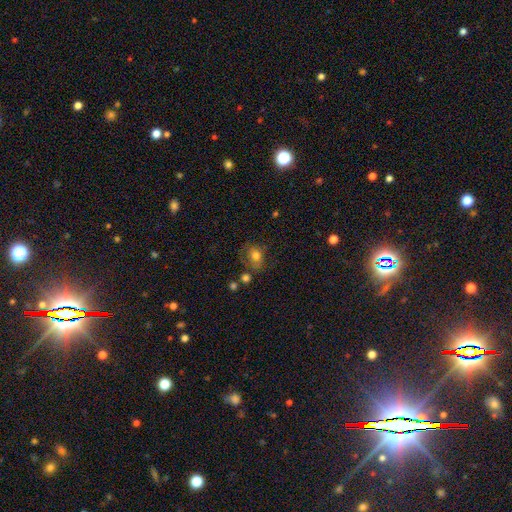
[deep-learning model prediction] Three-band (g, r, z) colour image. It shows a smooth galaxy with no disk features (70%) that is round (52%). Merging: none (53%).